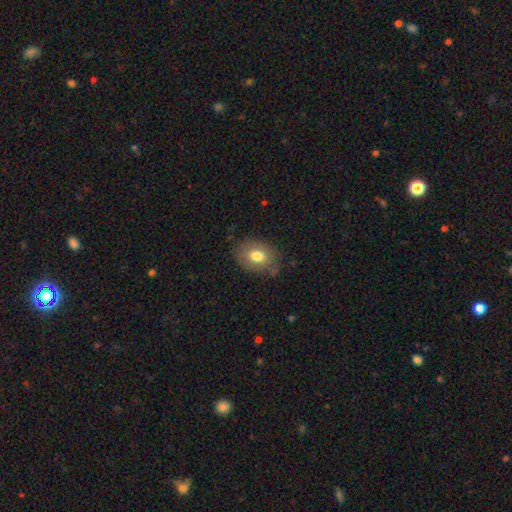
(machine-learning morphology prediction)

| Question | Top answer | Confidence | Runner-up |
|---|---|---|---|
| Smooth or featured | smooth | 75% | featured or disk (17%) |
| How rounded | in between | 74% | round (25%) |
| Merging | none | 73% | minor disturbance (20%) |